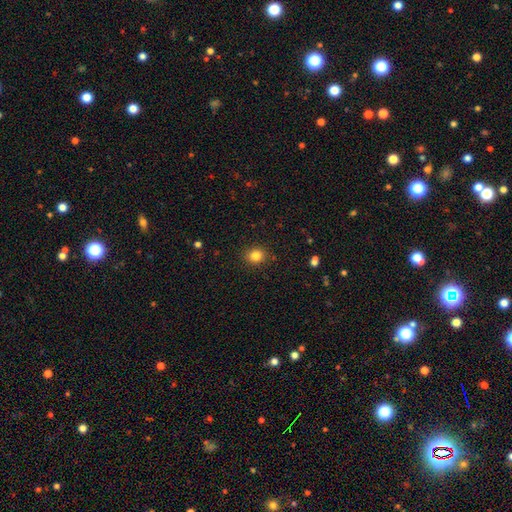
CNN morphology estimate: This is clearly a smooth galaxy (84%). How rounded: likely round (73%). Merging: clearly none (89%).